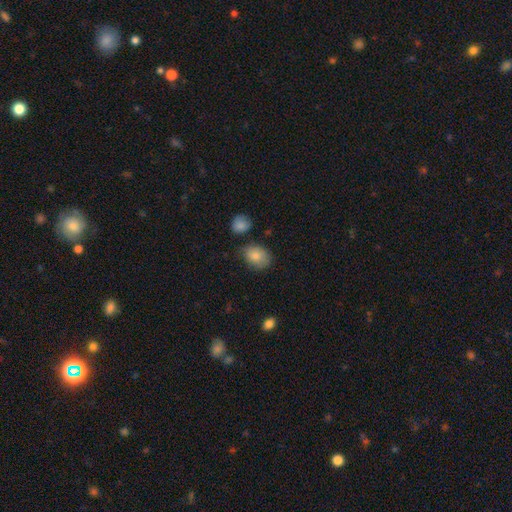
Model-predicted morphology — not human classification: smooth_or_featured: smooth (p=0.85) [alt: star or artifact p=0.08]
how_rounded: in between (p=0.63) [alt: round p=0.36]
merging: none (p=0.66) [alt: minor disturbance p=0.24]